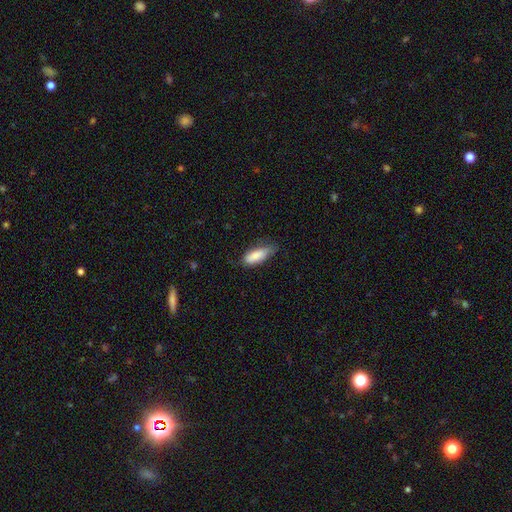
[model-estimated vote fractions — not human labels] smooth 83%, featured or disk 11%, star or artifact 6%. Down the decision tree: how rounded — in between (71%); merging — none (59%).